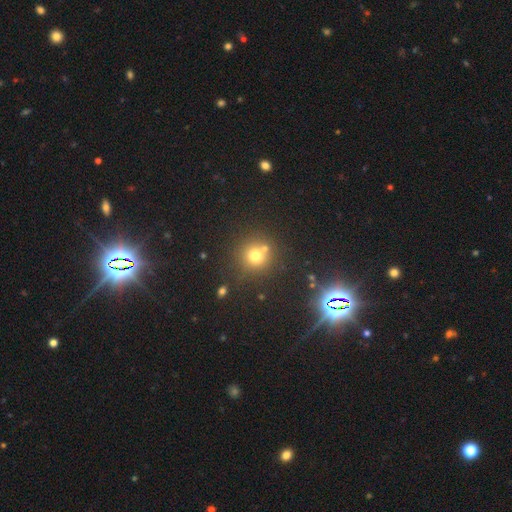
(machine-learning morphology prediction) This appears to be a smooth galaxy with no disk features (72%) that is round (92%). Merging: none (70%).